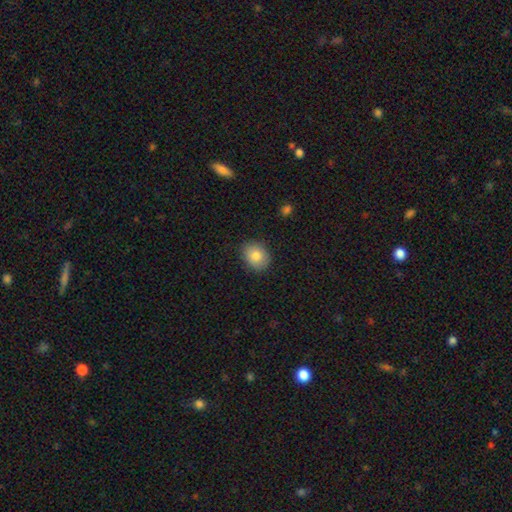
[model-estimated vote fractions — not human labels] The model was most divided on "how rounded": round: 59%, in between: 40%, cigar-shaped: 1%. More confident: merging — none (85%); smooth or featured — smooth (82%).